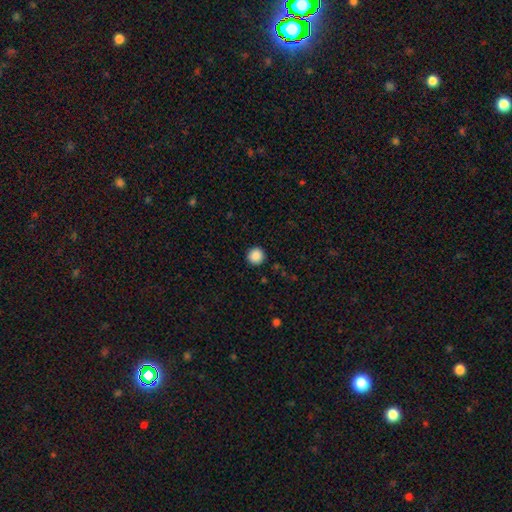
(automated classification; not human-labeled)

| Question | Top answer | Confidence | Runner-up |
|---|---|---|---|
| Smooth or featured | smooth | 88% | star or artifact (9%) |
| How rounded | round | 95% | in between (4%) |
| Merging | none | 92% | minor disturbance (5%) |